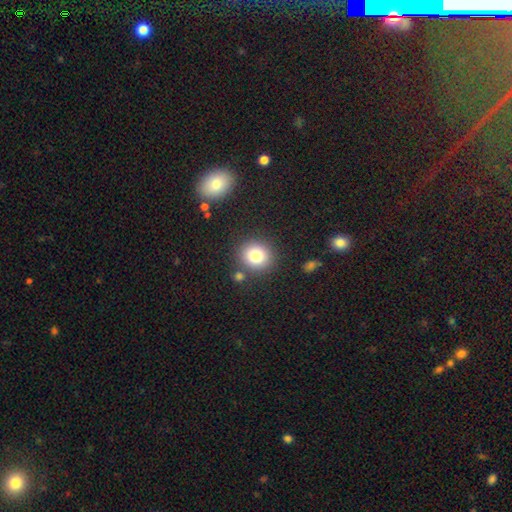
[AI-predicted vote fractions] A smooth galaxy with no disk features (80%) that is round (84%).

Vote fractions:
- Smooth or featured? smooth: 80% / star or artifact: 12% / featured or disk: 8%
- How rounded? round: 84% / in between: 15% / cigar-shaped: 1%
- Merging? none: 82% / minor disturbance: 8% / merger: 6% / major disturbance: 3%